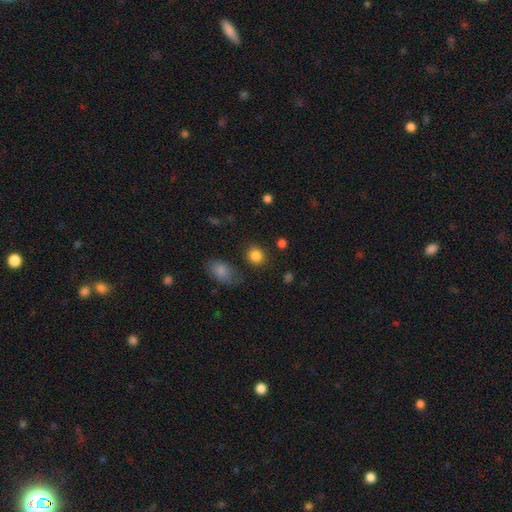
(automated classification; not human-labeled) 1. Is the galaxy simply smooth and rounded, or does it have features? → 85% smooth, 10% star or artifact, 5% featured or disk.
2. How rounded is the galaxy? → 79% round, 20% in between, 1% cigar-shaped.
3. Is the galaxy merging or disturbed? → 82% none, 11% minor disturbance, 4% merger, 4% major disturbance.